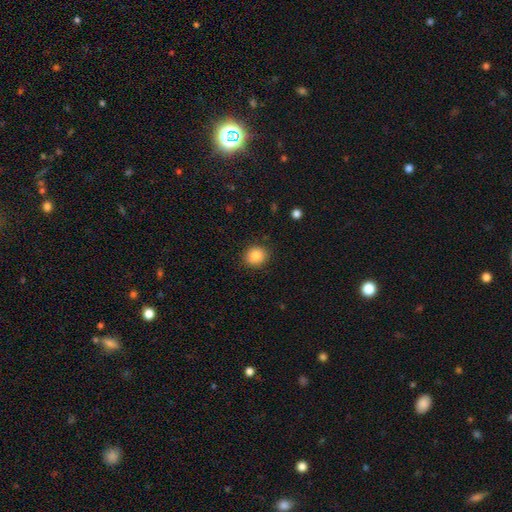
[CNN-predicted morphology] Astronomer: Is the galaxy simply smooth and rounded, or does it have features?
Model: smooth — 84%.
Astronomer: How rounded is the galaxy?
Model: round — 80%.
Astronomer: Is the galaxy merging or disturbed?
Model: none — 89%.